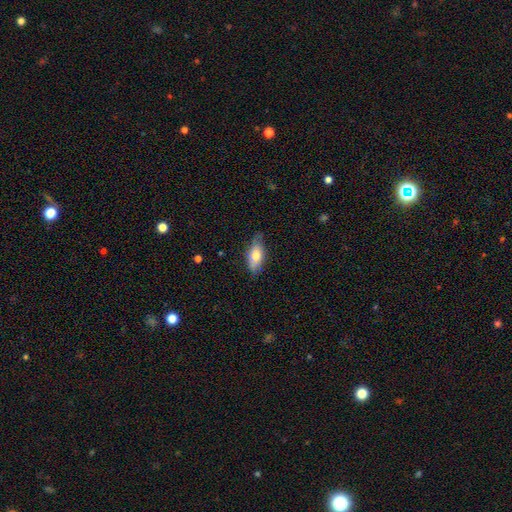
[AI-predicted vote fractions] This is likely a smooth galaxy (69%). How rounded: clearly in between (83%). Merging: likely none (70%).